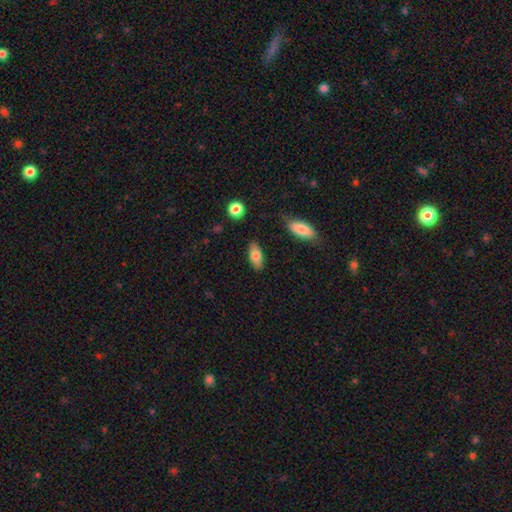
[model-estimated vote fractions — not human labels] Q: Smooth or featured?
A: smooth (78%); runner-up: featured or disk (15%)
Q: How rounded?
A: in between (84%); runner-up: cigar-shaped (13%)
Q: Merging?
A: none (84%); runner-up: minor disturbance (11%)